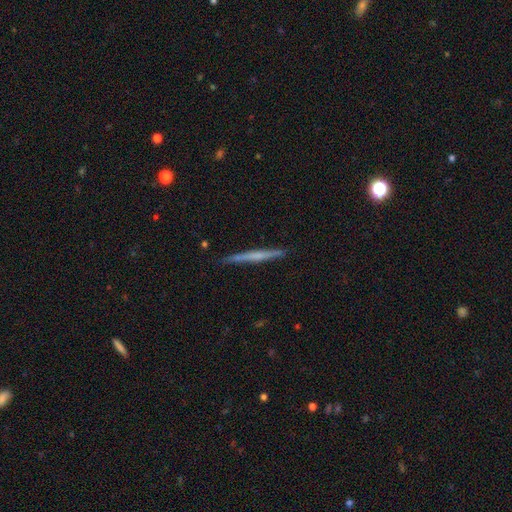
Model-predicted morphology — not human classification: This is possibly a featured or disk galaxy (56%). It is clearly viewed edge-on (98%). Edge-on bulge: likely none (66%). Merging: clearly none (90%).